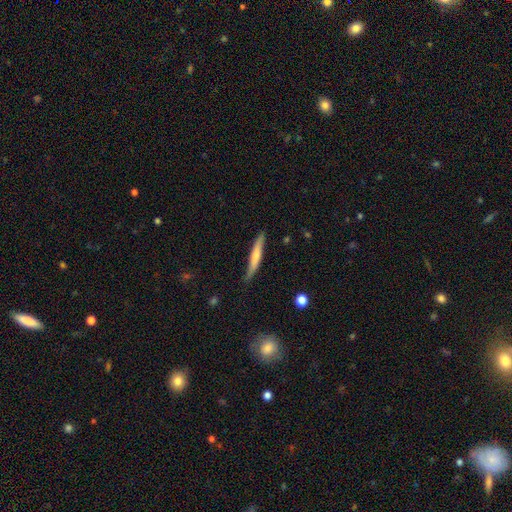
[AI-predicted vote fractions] Smooth or featured? smooth (60%)
How rounded? cigar-shaped (93%)
Merging? none (73%)